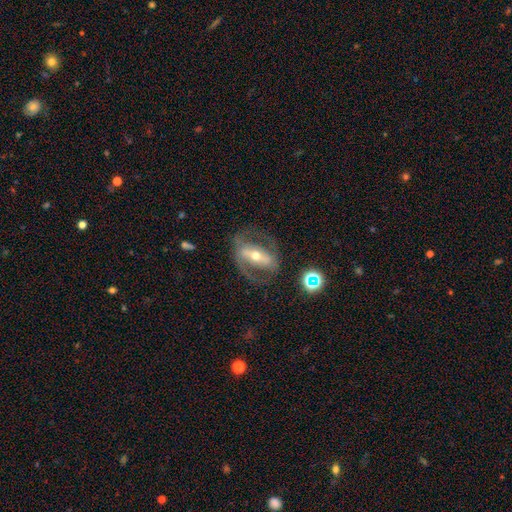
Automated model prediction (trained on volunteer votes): Smooth or featured? featured or disk (79%)
Edge-on disk? no (90%)
Bar? strong (62%)
Spiral arms? yes (70%)
Spiral winding? medium (47%)
Spiral arm count? 2 (81%)
Bulge size? moderate (59%)
Merging? none (67%)